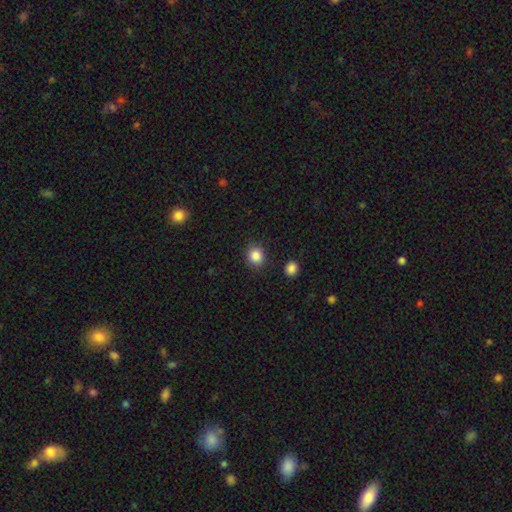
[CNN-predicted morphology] This appears to be a smooth galaxy with no disk features (86%) that is round (81%). Merging: none (87%).